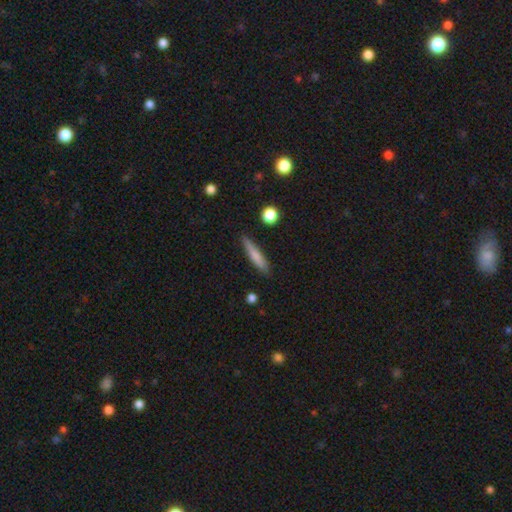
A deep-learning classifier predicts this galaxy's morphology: Smooth or featured? smooth (74%)
How rounded? cigar-shaped (89%)
Merging? none (85%)